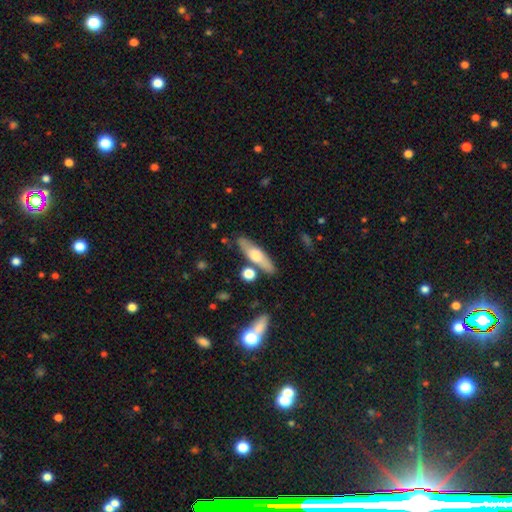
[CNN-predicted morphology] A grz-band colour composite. It shows a smooth galaxy with no disk features (49%). Merging: none (80%).